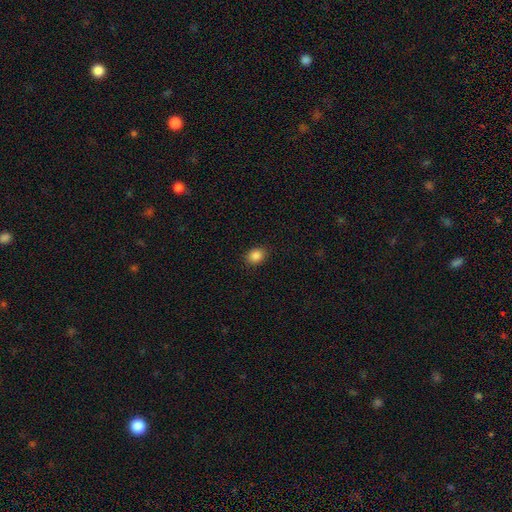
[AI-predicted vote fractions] Smooth or featured? smooth (86%)
How rounded? in between (51%)
Merging? none (88%)